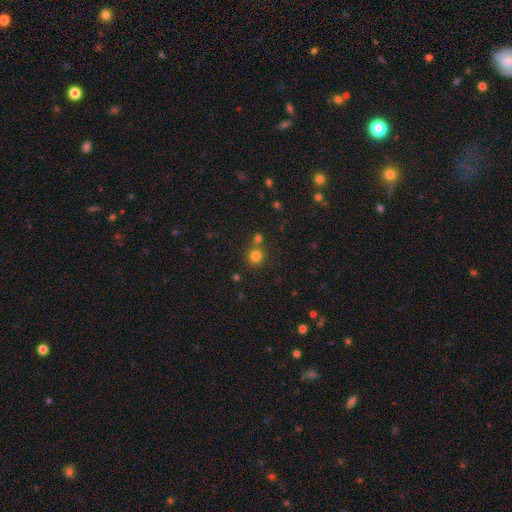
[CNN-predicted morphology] Q: Smooth or featured?
A: smooth (77%); runner-up: star or artifact (16%)
Q: How rounded?
A: round (91%); runner-up: in between (8%)
Q: Merging?
A: none (64%); runner-up: merger (26%)